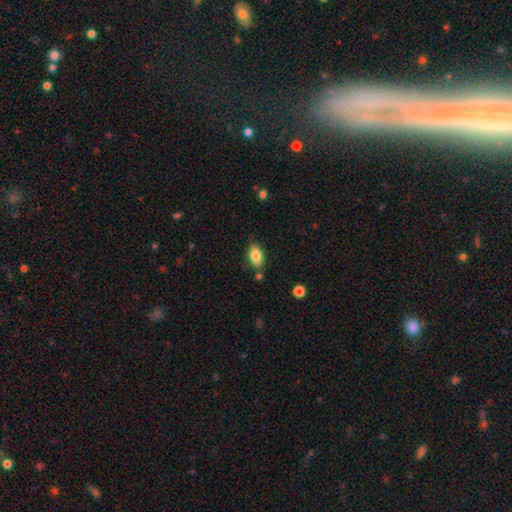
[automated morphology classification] Q: Smooth or featured?
A: smooth (83%); runner-up: featured or disk (9%)
Q: How rounded?
A: in between (91%); runner-up: round (6%)
Q: Merging?
A: none (79%); runner-up: minor disturbance (14%)